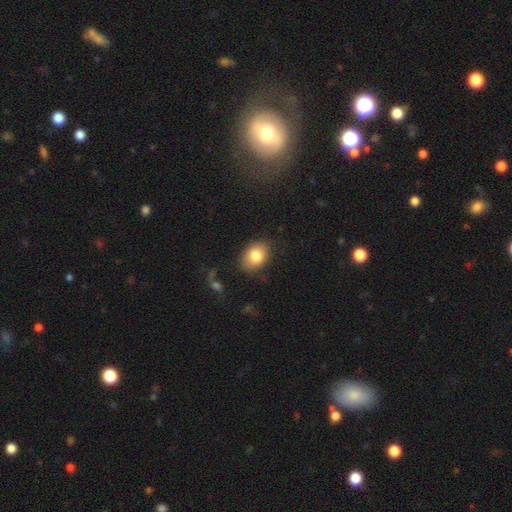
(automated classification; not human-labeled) This appears to be a smooth galaxy with no disk features (82%) that is in between round and cigar-shaped (72%). Merging: none (78%).